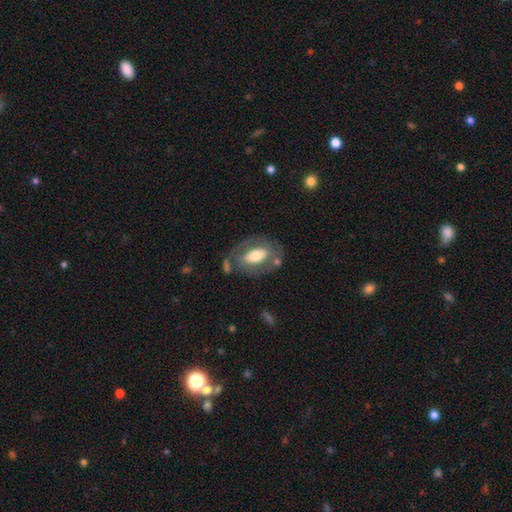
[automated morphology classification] Smooth or featured?
  - featured or disk: 49% *
  - smooth: 45%
  - star or artifact: 6%
Merging?
  - none: 61% *
  - minor disturbance: 18%
  - major disturbance: 12%
  - merger: 9%